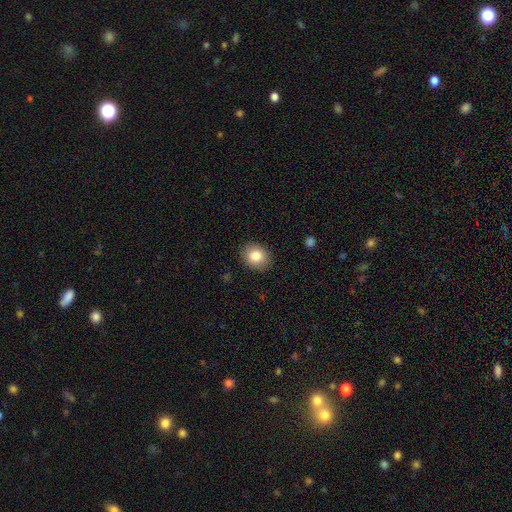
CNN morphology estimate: Smooth or featured? Predicted: smooth (p=0.83). How rounded? Predicted: round (p=0.56). Merging? Predicted: none (p=0.89).